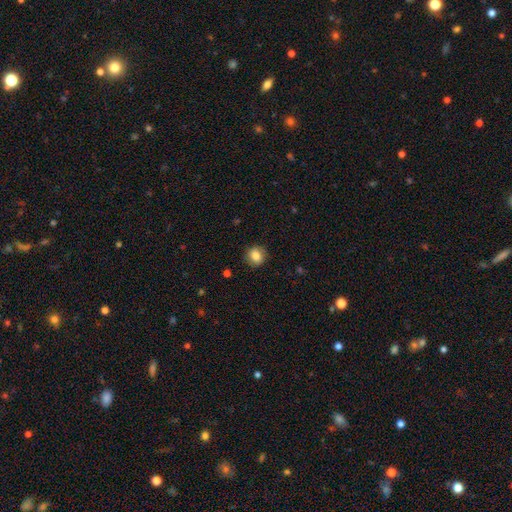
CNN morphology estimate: Smooth or featured? smooth (84%)
How rounded? round (76%)
Merging? none (87%)